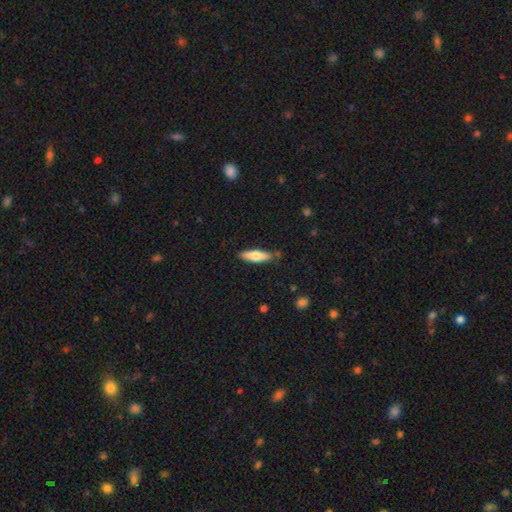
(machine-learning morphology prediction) The model was most divided on "how rounded": cigar-shaped: 62%, in between: 36%, round: 2%. More confident: merging — none (81%); smooth or featured — smooth (63%).